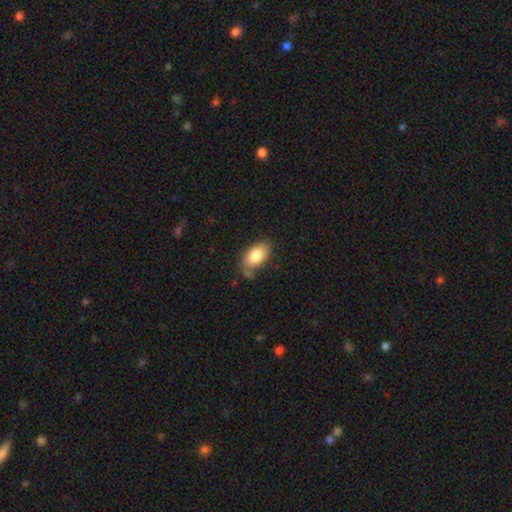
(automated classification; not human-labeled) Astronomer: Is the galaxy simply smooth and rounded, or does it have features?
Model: smooth — 83%.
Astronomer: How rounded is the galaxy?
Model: in between — 93%.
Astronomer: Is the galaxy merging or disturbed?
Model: none — 66%.